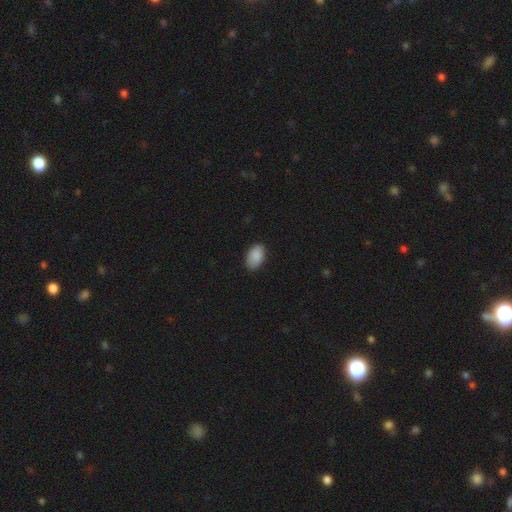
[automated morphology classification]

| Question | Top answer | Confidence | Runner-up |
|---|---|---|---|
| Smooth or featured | smooth | 89% | star or artifact (7%) |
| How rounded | in between | 92% | round (7%) |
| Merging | none | 86% | minor disturbance (11%) |